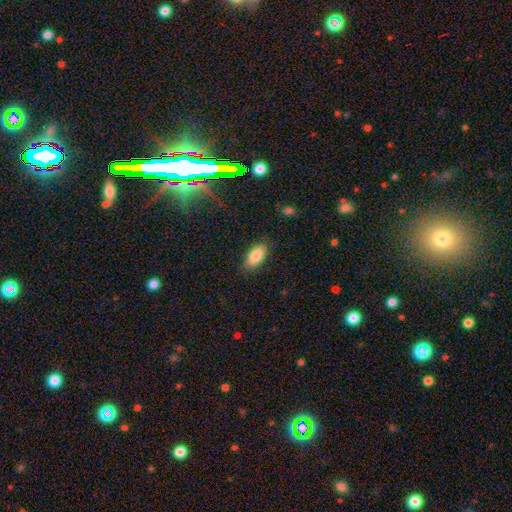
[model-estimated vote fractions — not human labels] Overall: smooth (85%). How rounded: in between (89%). Merging: none (85%).